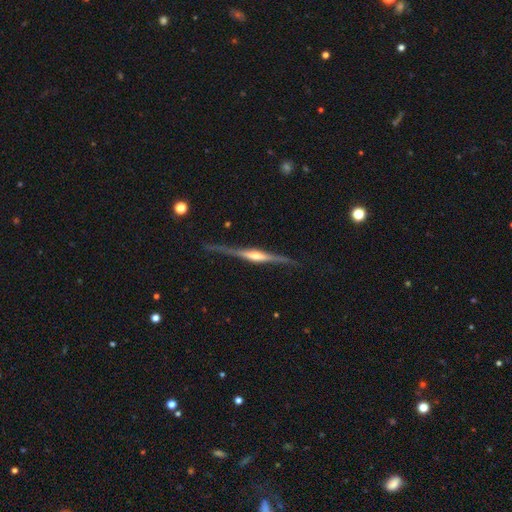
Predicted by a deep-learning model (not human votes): A featured or disk galaxy (83%) viewed edge-on (98%) with a rounded central bulge (78%).

Vote fractions:
- Smooth or featured? featured or disk: 83% / smooth: 12% / star or artifact: 5%
- Edge-on disk? yes: 98% / no: 2%
- Edge-on bulge? rounded: 78% / boxy: 14% / none: 8%
- Merging? none: 81% / minor disturbance: 14% / major disturbance: 3% / merger: 2%